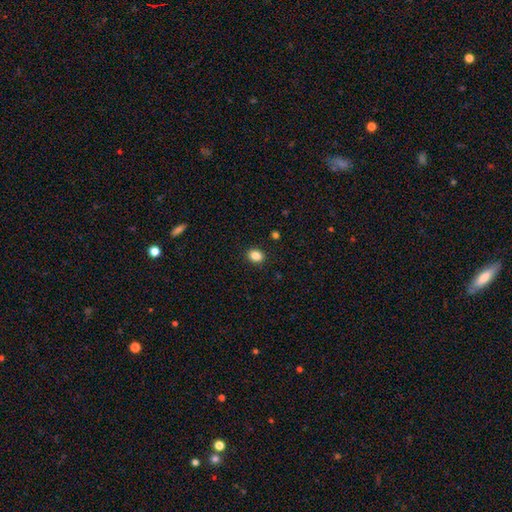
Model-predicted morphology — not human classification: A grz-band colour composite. It shows a smooth galaxy with no disk features (85%) that is round (53%). Merging: none (90%).